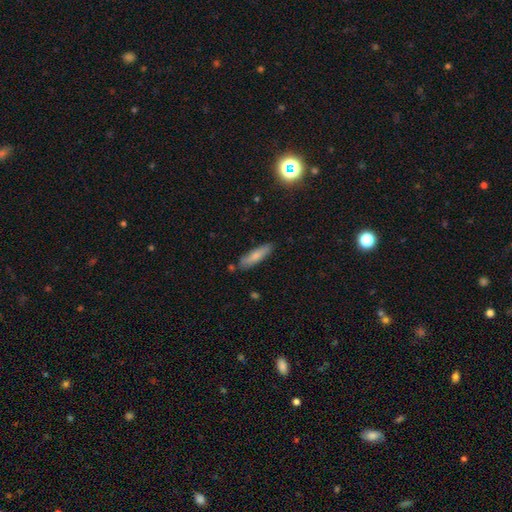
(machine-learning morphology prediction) smooth-or-featured: smooth: 75% | featured or disk: 19% | star or artifact: 7%
  how-rounded: cigar-shaped: 71% | in between: 28% | round: 2%
  merging: none: 80% | minor disturbance: 14% | merger: 4% | major disturbance: 3%